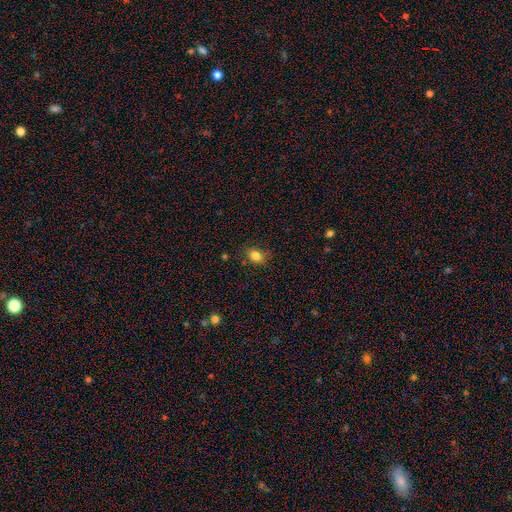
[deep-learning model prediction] A smooth galaxy with no disk features (83%) that is in between round and cigar-shaped (62%). Merging: none (76%).